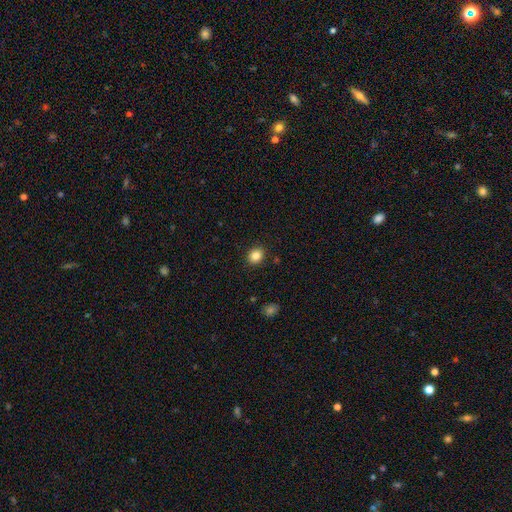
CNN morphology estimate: Overall: smooth (85%). How rounded: round (68%; in between 31%). Merging: none (90%).